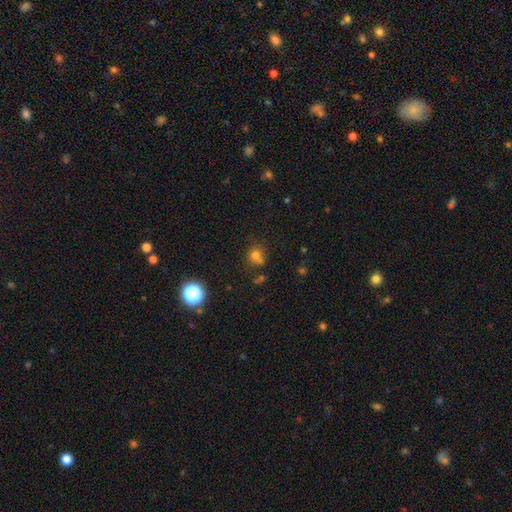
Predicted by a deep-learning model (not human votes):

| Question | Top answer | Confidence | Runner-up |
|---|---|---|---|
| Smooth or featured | smooth | 69% | star or artifact (21%) |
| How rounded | round | 80% | in between (19%) |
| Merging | none | 55% | merger (26%) |